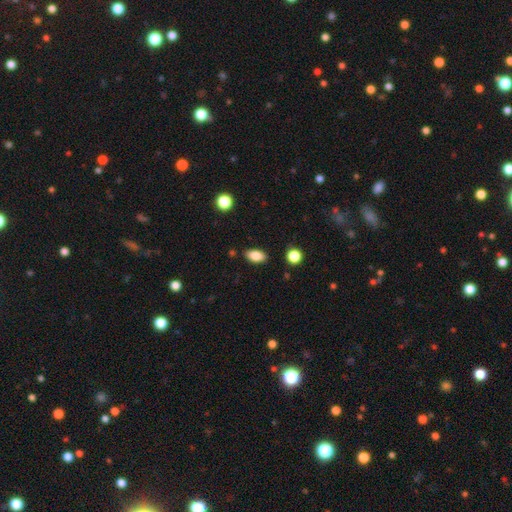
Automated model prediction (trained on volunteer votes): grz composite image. It shows a smooth galaxy with no disk features (86%) that is in between round and cigar-shaped (91%). Merging: none (87%).